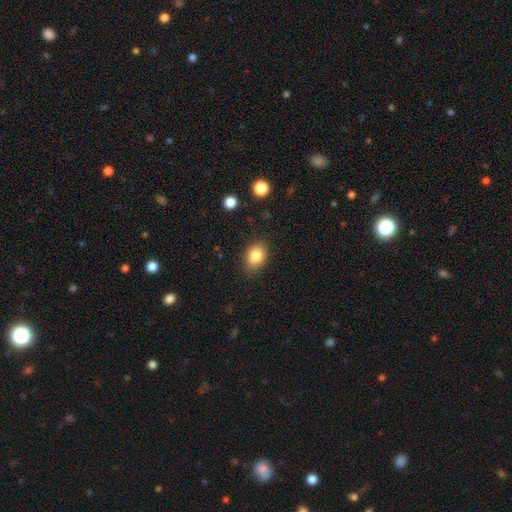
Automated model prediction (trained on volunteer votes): The model was most divided on "how rounded": in between: 70%, round: 29%, cigar-shaped: 1%. More confident: merging — none (85%); smooth or featured — smooth (84%).